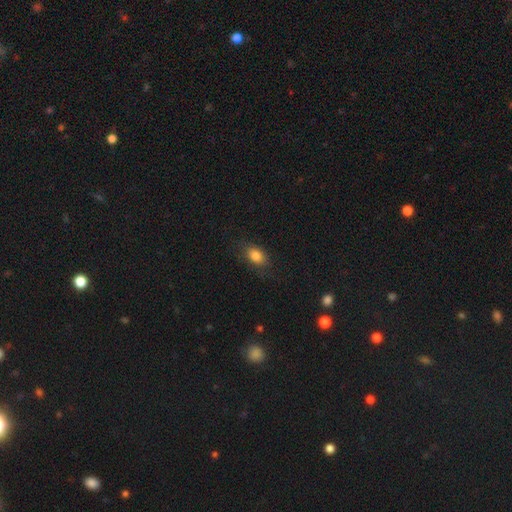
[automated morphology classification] Smooth or featured?
  - smooth: 82% *
  - featured or disk: 9%
  - star or artifact: 9%
How rounded?
  - in between: 82% *
  - round: 15%
  - cigar-shaped: 3%
Merging?
  - none: 78% *
  - minor disturbance: 16%
  - major disturbance: 5%
  - merger: 1%